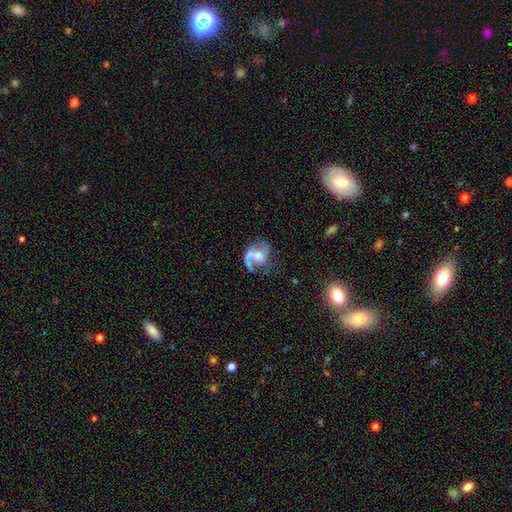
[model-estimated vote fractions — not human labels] Smooth or featured? Predicted: featured or disk (p=0.66). Edge-on disk? Predicted: no (p=0.98). Bar? Predicted: no (p=0.65). Spiral arms? Predicted: yes (p=0.74). Bulge size? Predicted: moderate (p=0.44). Merging? Predicted: major disturbance (p=0.33, tied with none).